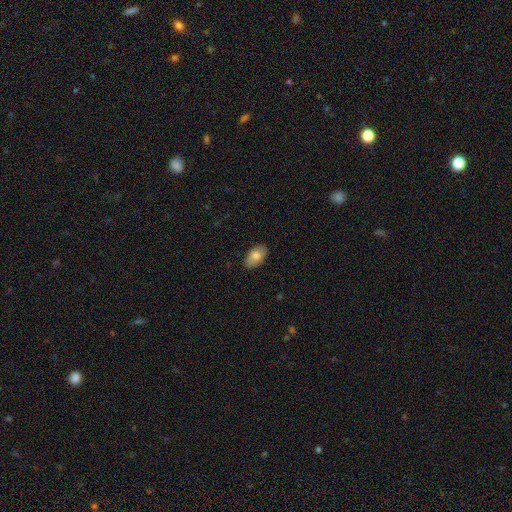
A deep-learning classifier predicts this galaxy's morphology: Q: Smooth or featured?
A: smooth (73%); runner-up: featured or disk (20%)
Q: How rounded?
A: in between (93%); runner-up: round (5%)
Q: Merging?
A: none (84%); runner-up: minor disturbance (12%)